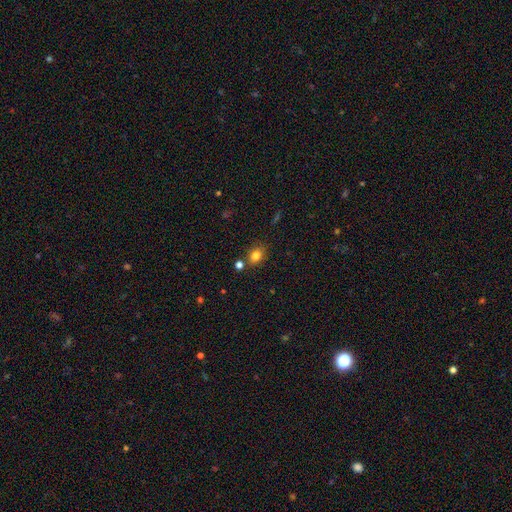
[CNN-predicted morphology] Q: Smooth or featured?
A: smooth (81%); runner-up: star or artifact (12%)
Q: How rounded?
A: in between (55%); runner-up: round (44%)
Q: Merging?
A: none (75%); runner-up: minor disturbance (13%)